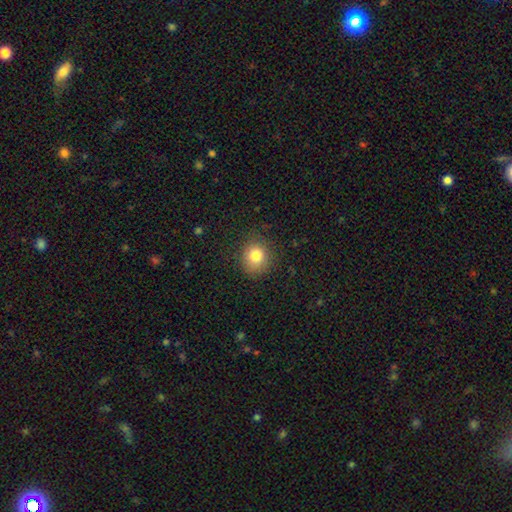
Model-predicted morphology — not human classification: Q: Smooth or featured?
A: smooth (81%); runner-up: star or artifact (12%)
Q: How rounded?
A: round (85%); runner-up: in between (14%)
Q: Merging?
A: none (84%); runner-up: minor disturbance (11%)